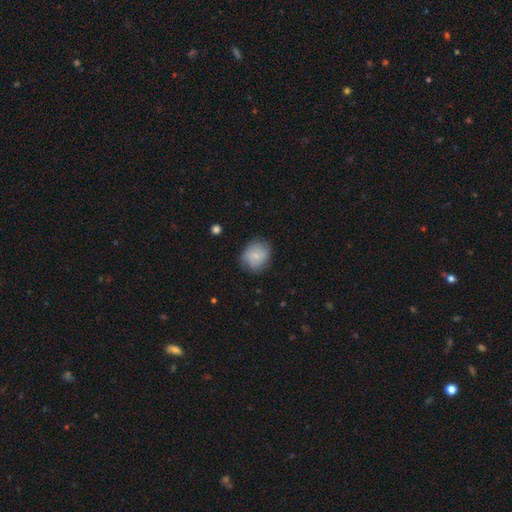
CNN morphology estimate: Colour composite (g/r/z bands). It shows a smooth galaxy with no disk features (67%) that is round (73%). Merging: none (76%).